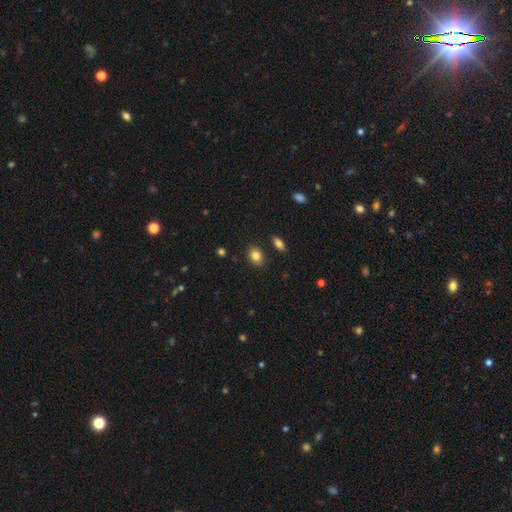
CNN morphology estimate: Smooth or featured: smooth — 83% (star or artifact — 10%)
How rounded: in between — 63% (round — 36%)
Merging: none — 84% (minor disturbance — 10%)